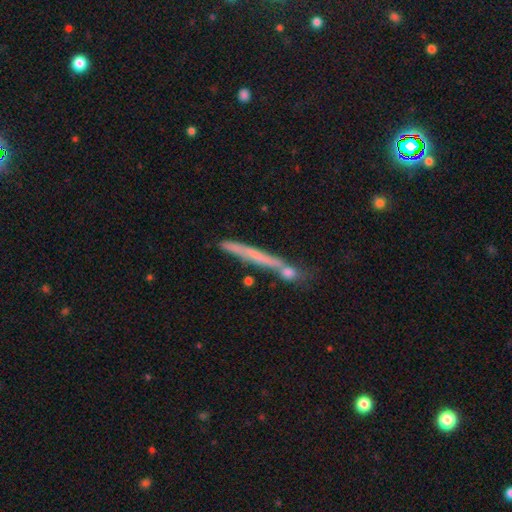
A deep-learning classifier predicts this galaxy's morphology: smooth_or_featured: featured or disk (p=0.46) [alt: smooth p=0.45]
merging: none (p=0.75) [alt: minor disturbance p=0.13]